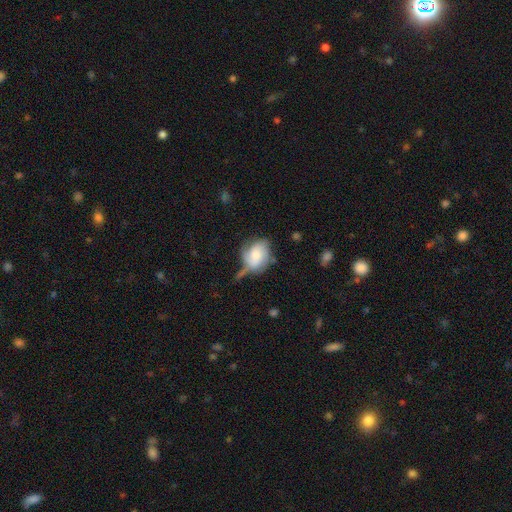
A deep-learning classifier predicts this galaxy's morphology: type=smooth (58%); roundness=in between (56%); merging=none (35%).